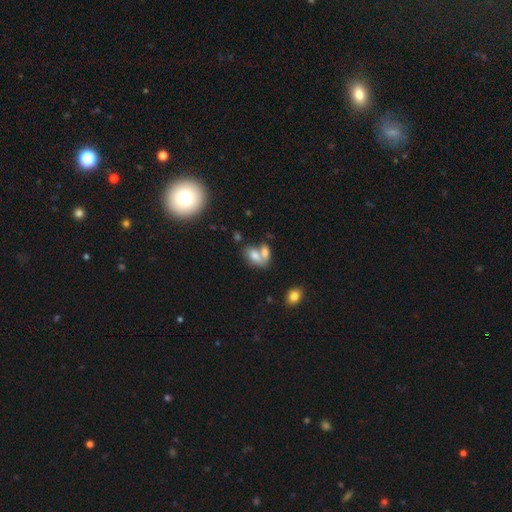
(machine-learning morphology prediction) Smooth or featured? Predicted: smooth (p=0.73). How rounded? Predicted: in between (p=0.86). Merging? Predicted: merger (p=0.60).